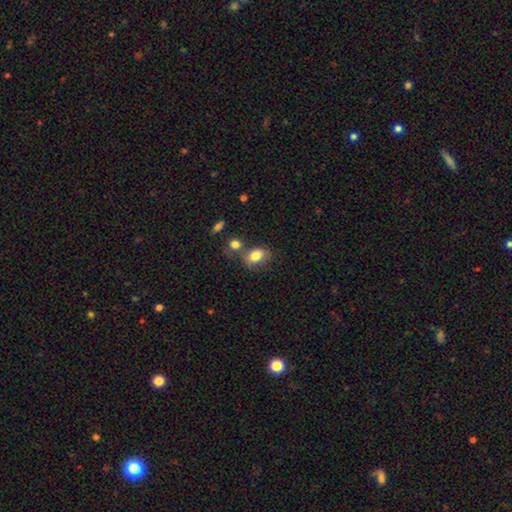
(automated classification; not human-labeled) A smooth galaxy with no disk features (82%) that is in between round and cigar-shaped (74%). Merging: none (53%).